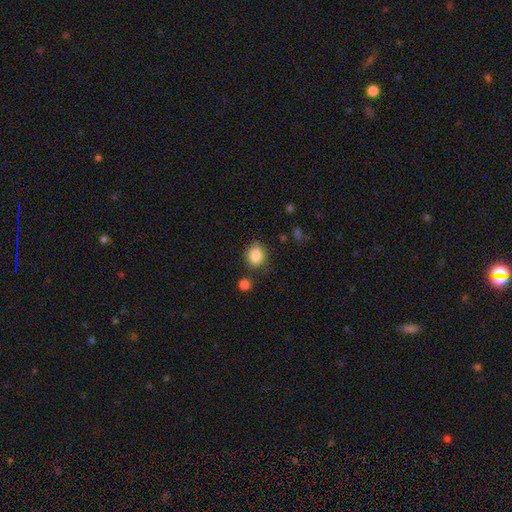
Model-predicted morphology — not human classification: Smooth or featured?
  - smooth: 86% *
  - star or artifact: 9%
  - featured or disk: 5%
How rounded?
  - round: 54% *
  - in between: 45%
  - cigar-shaped: 1%
Merging?
  - none: 76% *
  - minor disturbance: 16%
  - merger: 5%
  - major disturbance: 4%